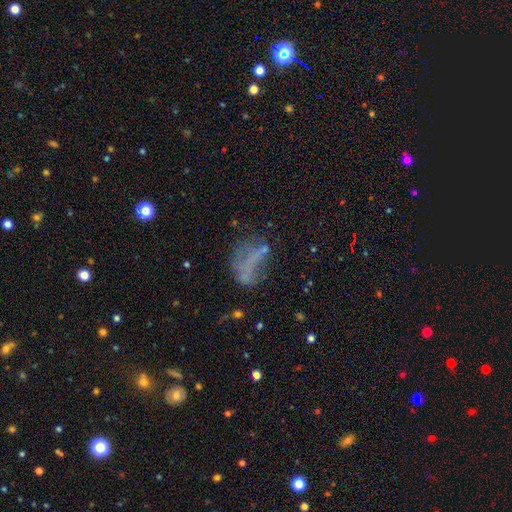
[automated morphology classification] This appears to be a smooth galaxy with no disk features (40%, tied with featured or disk). Merging: major disturbance (35%, tied with none).